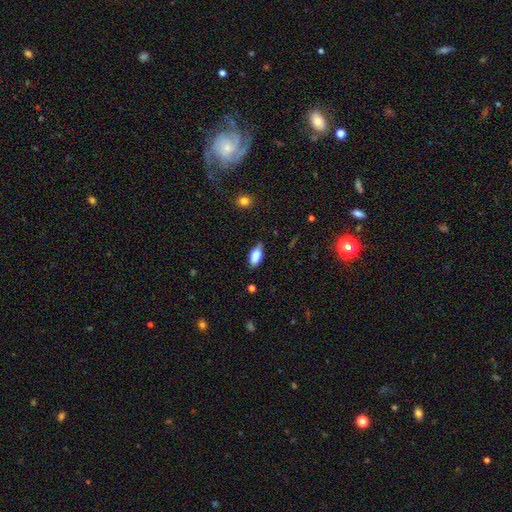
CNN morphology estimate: Smooth or featured? Predicted: smooth (p=0.81). How rounded? Predicted: in between (p=0.89). Merging? Predicted: none (p=0.71).